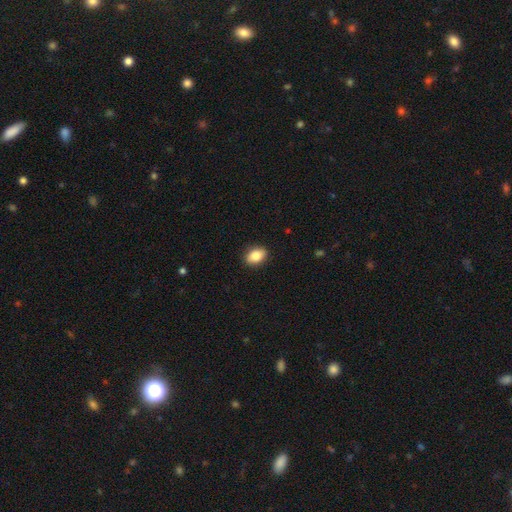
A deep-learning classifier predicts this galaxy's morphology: Overall: smooth (87%). How rounded: in between (81%). Merging: none (89%).